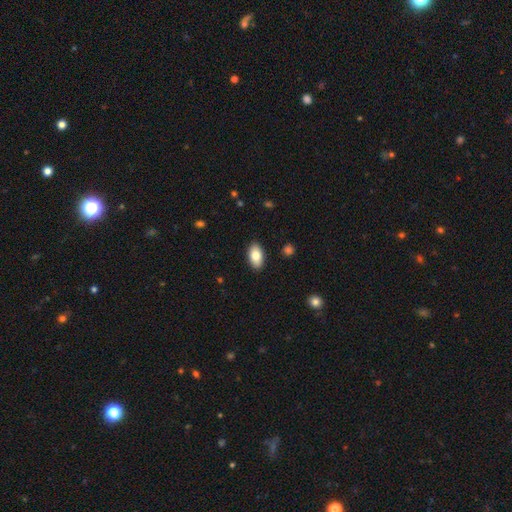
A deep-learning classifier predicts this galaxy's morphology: Q: Smooth or featured?
A: smooth (81%); runner-up: featured or disk (12%)
Q: How rounded?
A: in between (94%); runner-up: round (4%)
Q: Merging?
A: none (89%); runner-up: minor disturbance (8%)